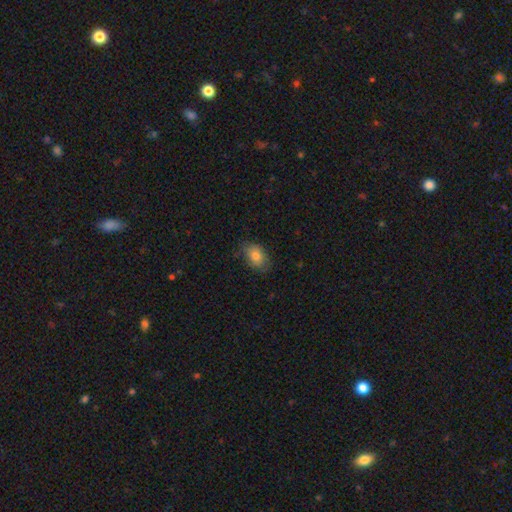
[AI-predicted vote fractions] Smooth or featured: smooth — 79% (featured or disk — 12%)
How rounded: in between — 81% (round — 18%)
Merging: none — 75% (minor disturbance — 20%)